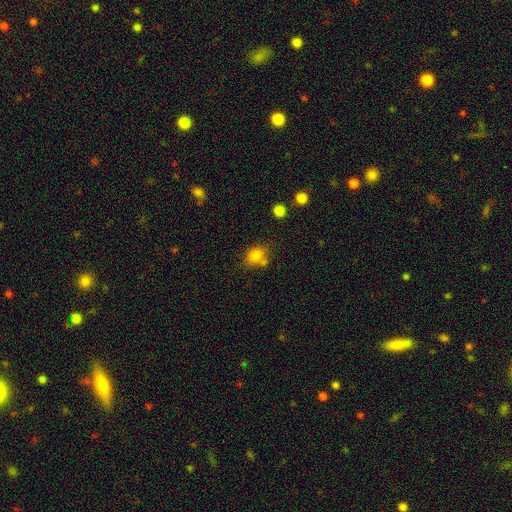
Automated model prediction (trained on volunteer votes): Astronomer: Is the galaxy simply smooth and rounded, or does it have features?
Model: smooth — 81%.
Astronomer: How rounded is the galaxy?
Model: in between — 53% (runner-up: round, 45%).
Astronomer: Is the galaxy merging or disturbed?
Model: none — 57%.